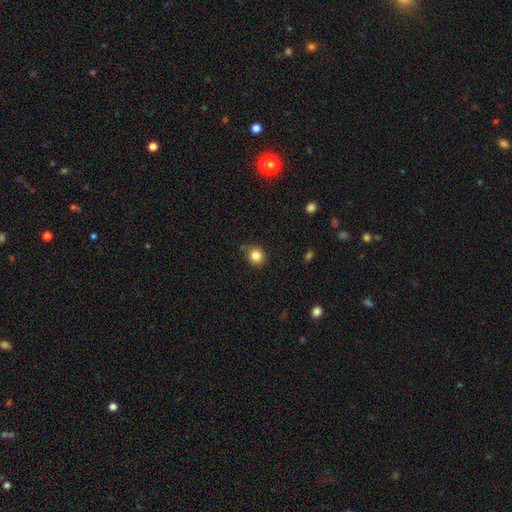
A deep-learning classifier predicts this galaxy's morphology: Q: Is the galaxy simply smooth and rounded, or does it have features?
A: smooth — 83%.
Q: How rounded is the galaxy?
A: round — 86%.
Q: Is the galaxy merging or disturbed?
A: none — 82%.